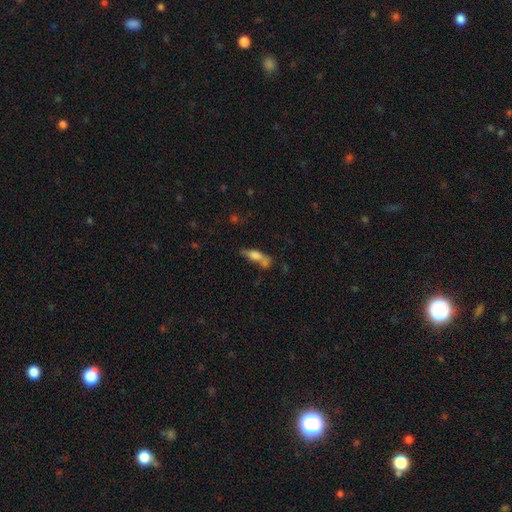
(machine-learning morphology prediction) Smooth or featured: smooth — 64% (featured or disk — 25%)
How rounded: in between — 53% (cigar-shaped — 42%)
Merging: none — 39% (merger — 31%)